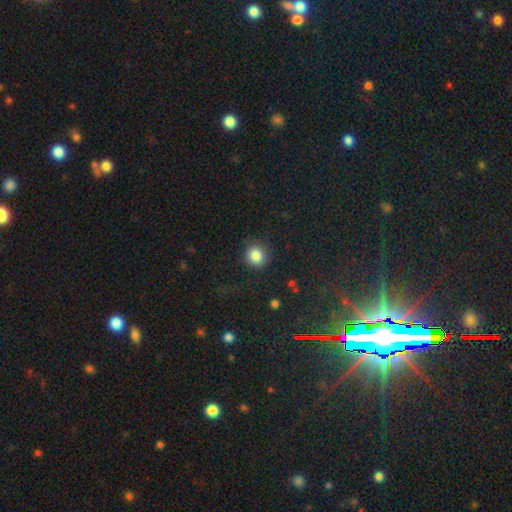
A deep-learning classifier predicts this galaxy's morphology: The model was most divided on "smooth or featured": smooth: 84%, star or artifact: 10%, featured or disk: 6%. More confident: how rounded — round (91%); merging — none (86%).